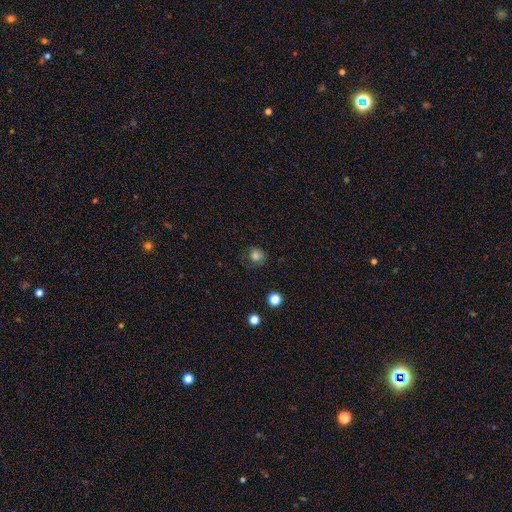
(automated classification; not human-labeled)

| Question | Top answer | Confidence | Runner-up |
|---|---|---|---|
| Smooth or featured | smooth | 78% | star or artifact (14%) |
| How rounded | round | 78% | in between (21%) |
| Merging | none | 67% | minor disturbance (22%) |